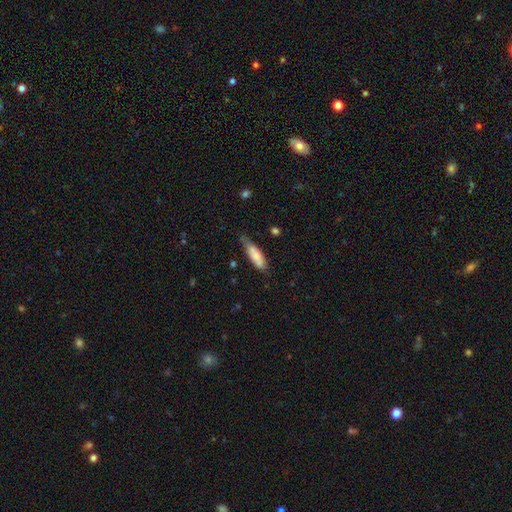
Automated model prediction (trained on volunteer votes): The model was most divided on "how rounded": cigar-shaped: 51%, in between: 47%, round: 2%. Remaining: smooth or featured — smooth (76%); merging — none (50%).